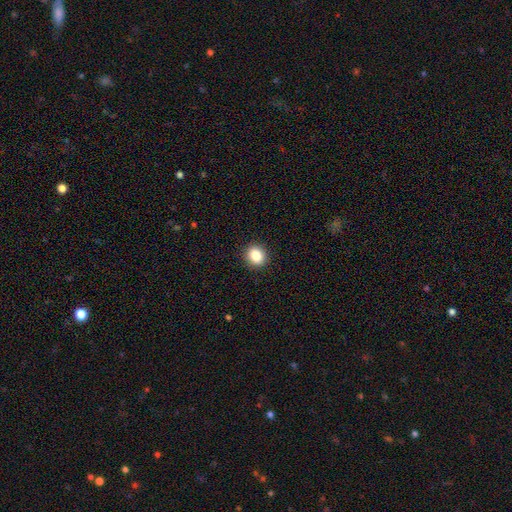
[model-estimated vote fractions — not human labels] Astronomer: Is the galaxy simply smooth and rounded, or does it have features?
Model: smooth — 85%.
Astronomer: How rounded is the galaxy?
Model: round — 80%.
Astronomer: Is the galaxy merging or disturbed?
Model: none — 92%.